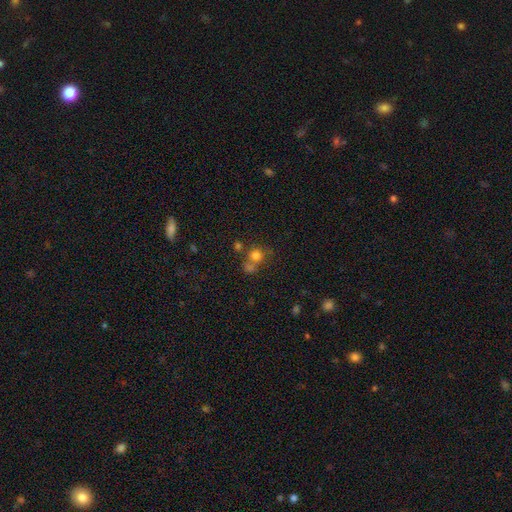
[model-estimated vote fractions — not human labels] smooth-or-featured: smooth: 73% | star or artifact: 16% | featured or disk: 11%
  how-rounded: round: 86% | in between: 13% | cigar-shaped: 1%
  merging: none: 49% | merger: 38% | minor disturbance: 9% | major disturbance: 5%